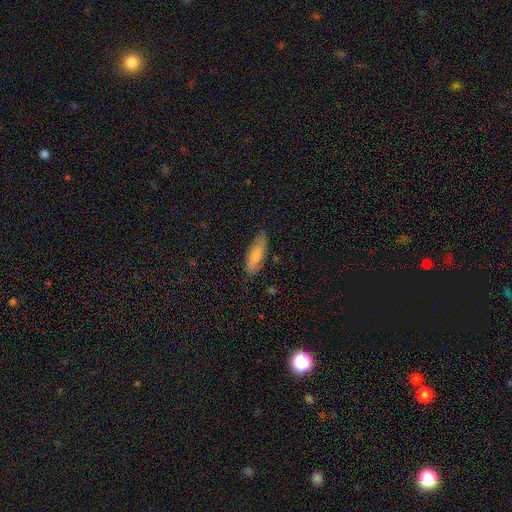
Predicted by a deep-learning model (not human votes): Smooth or featured? smooth (67%)
How rounded? in between (50%)
Merging? none (79%)